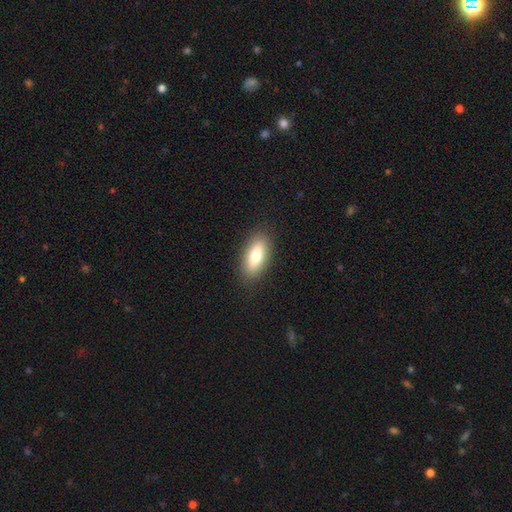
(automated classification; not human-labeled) The model was most divided on "how rounded": in between: 80%, cigar-shaped: 17%, round: 3%. More confident: merging — none (88%); smooth or featured — smooth (78%).